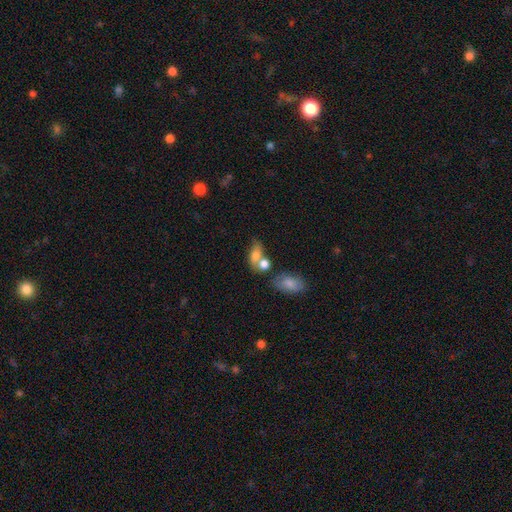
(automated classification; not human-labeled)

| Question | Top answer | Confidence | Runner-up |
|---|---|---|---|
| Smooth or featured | smooth | 73% | featured or disk (17%) |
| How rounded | in between | 76% | round (18%) |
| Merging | merger | 41% | none (33%) |